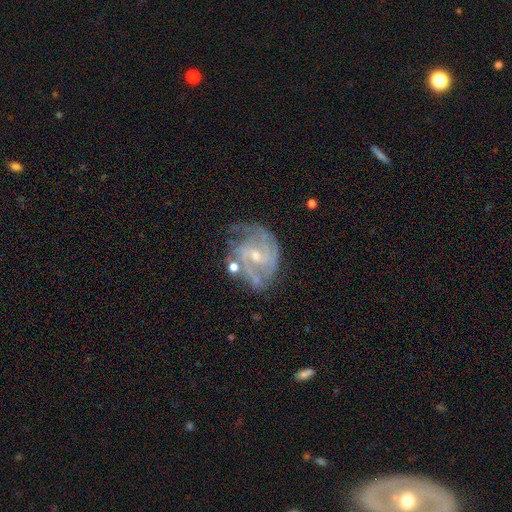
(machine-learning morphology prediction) A featured or disk galaxy (85%) with a weak bar (46%), 2 (42%) tight (46%) spiral arms (92%) and a small central bulge (61%). Merging: none (53%).